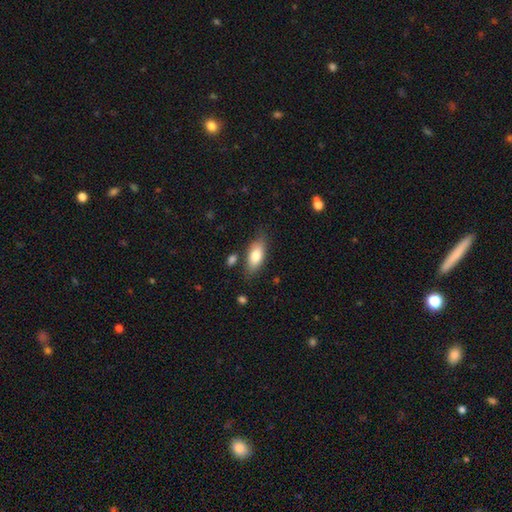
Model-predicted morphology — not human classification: This appears to be a smooth galaxy with no disk features (78%) that is in between round and cigar-shaped (83%). Merging: none (76%).